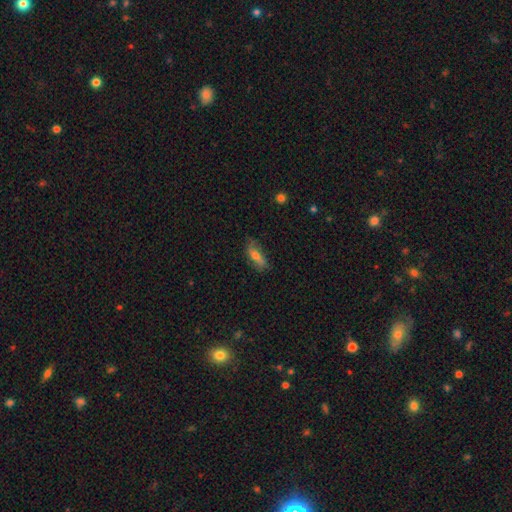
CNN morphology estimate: A smooth galaxy with no disk features (59%) that is in between round and cigar-shaped (64%).

Vote fractions:
- Smooth or featured? smooth: 59% / featured or disk: 34% / star or artifact: 8%
- How rounded? in between: 64% / cigar-shaped: 33% / round: 3%
- Merging? none: 71% / minor disturbance: 22% / major disturbance: 6% / merger: 2%